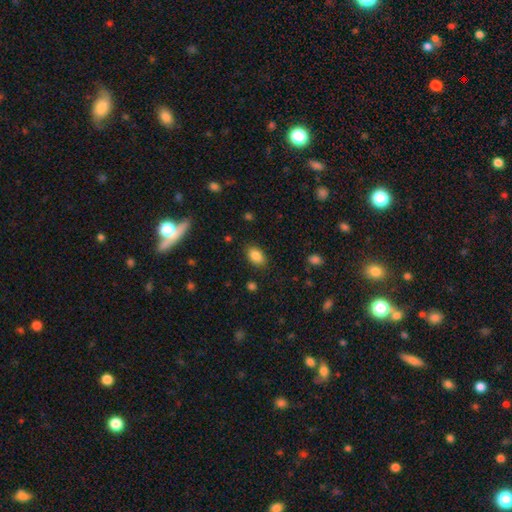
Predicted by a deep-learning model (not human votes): smooth-or-featured: smooth: 86% | star or artifact: 8% | featured or disk: 6%
  how-rounded: in between: 88% | round: 11% | cigar-shaped: 2%
  merging: none: 84% | minor disturbance: 12% | major disturbance: 3% | merger: 1%